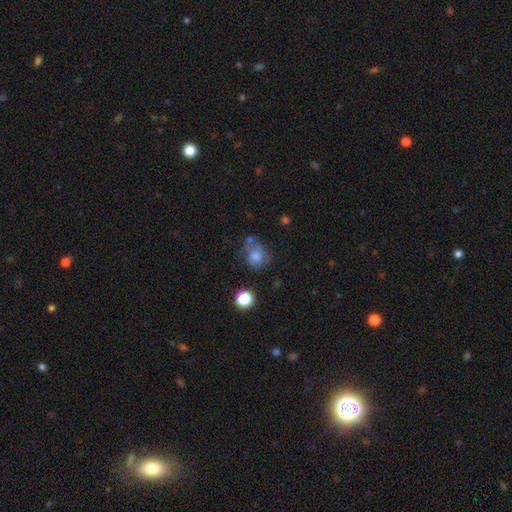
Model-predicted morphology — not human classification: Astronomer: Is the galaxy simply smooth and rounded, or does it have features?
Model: smooth — 71%.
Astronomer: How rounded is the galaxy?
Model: round — 67%.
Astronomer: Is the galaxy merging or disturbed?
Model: none — 48% (runner-up: minor disturbance, 24%).